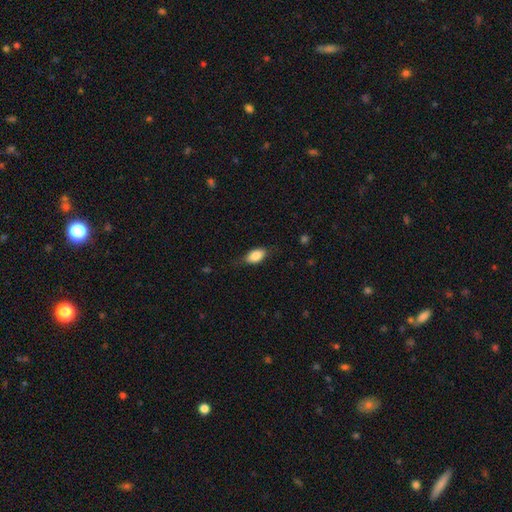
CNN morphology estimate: type=smooth (82%); roundness=in between (89%); merging=none (73%).